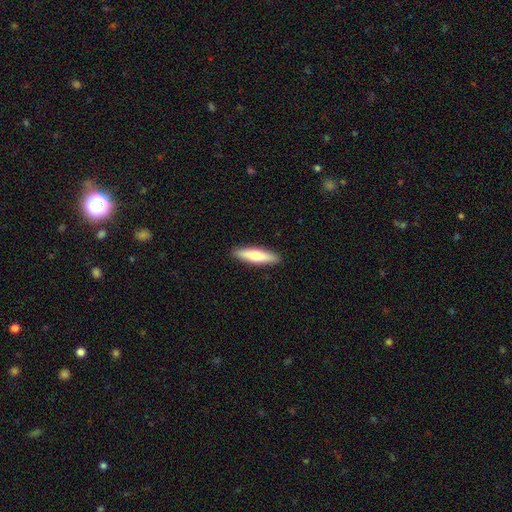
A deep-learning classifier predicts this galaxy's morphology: smooth-or-featured: smooth: 71% | featured or disk: 24% | star or artifact: 5%
  how-rounded: cigar-shaped: 78% | in between: 20% | round: 1%
  merging: none: 91% | minor disturbance: 6% | major disturbance: 1% | merger: 1%